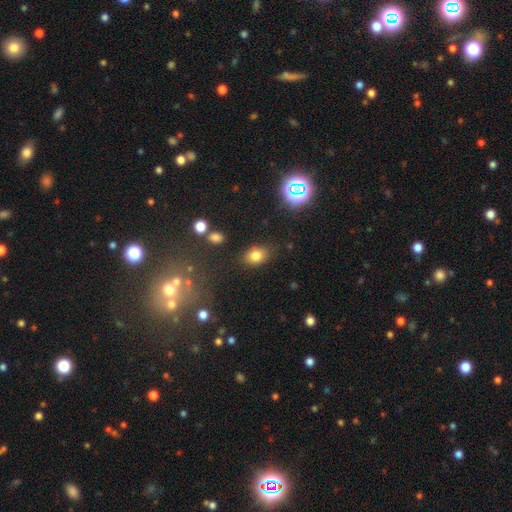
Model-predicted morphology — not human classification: A smooth galaxy with no disk features (78%) that is in between round and cigar-shaped (71%).

Vote fractions:
- Smooth or featured? smooth: 78% / star or artifact: 13% / featured or disk: 8%
- How rounded? in between: 71% / round: 28% / cigar-shaped: 1%
- Merging? none: 80% / minor disturbance: 13% / major disturbance: 4% / merger: 3%